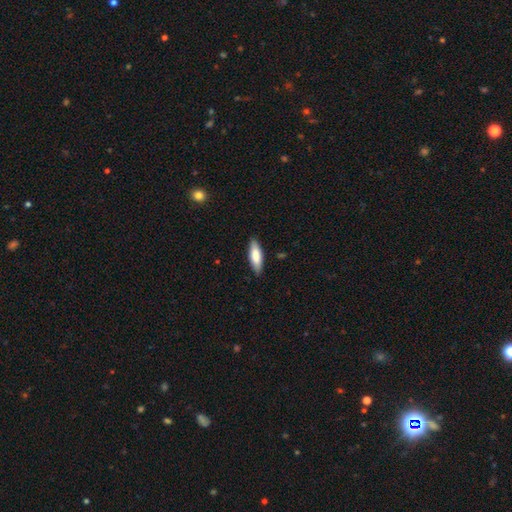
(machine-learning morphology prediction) A smooth galaxy with no disk features (80%) that is in between round and cigar-shaped (54%). Merging: none (86%).